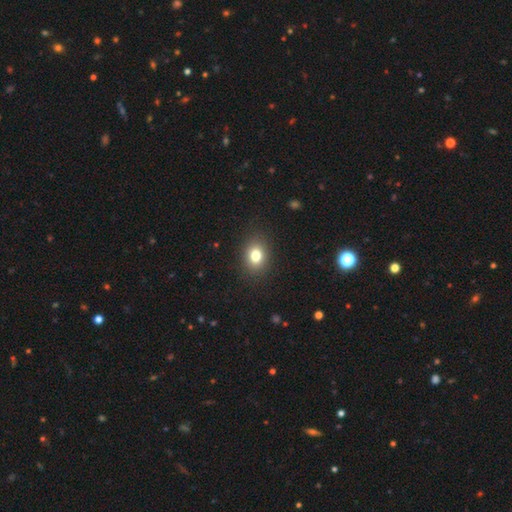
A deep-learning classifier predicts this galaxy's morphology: This is likely a smooth galaxy (80%). How rounded: possibly in between (55%). Merging: clearly none (88%).